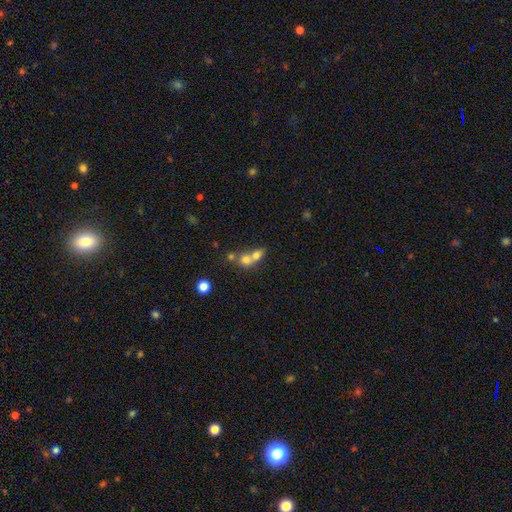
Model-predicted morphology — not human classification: type=smooth (69%); roundness=round (67%); merging=merger (68%).